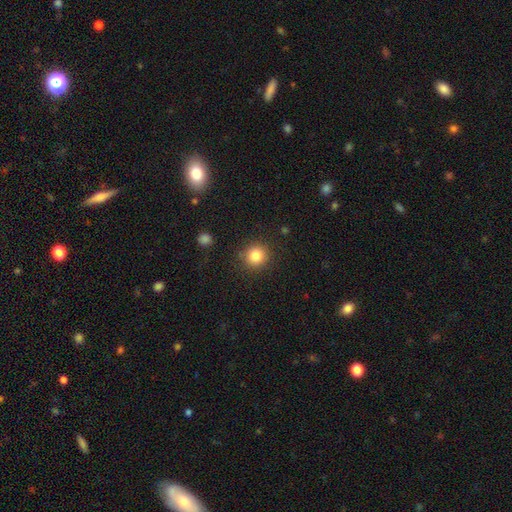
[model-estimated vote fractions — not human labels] smooth-or-featured: smooth: 84% | star or artifact: 11% | featured or disk: 6%
  how-rounded: round: 92% | in between: 7% | cigar-shaped: 1%
  merging: none: 87% | minor disturbance: 8% | major disturbance: 3% | merger: 2%